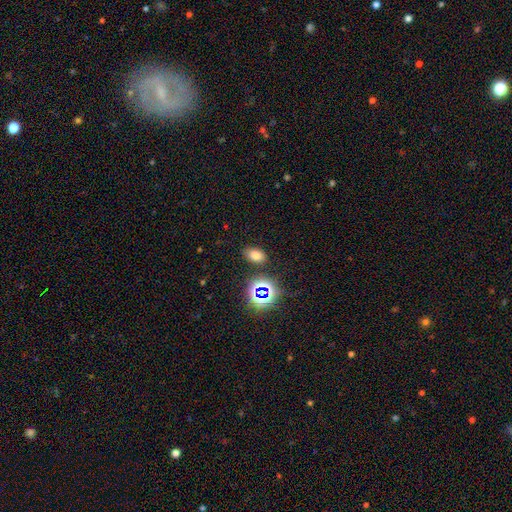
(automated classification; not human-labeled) Smooth or featured? Predicted: smooth (p=0.69). How rounded? Predicted: in between (p=0.86). Merging? Predicted: none (p=0.83).